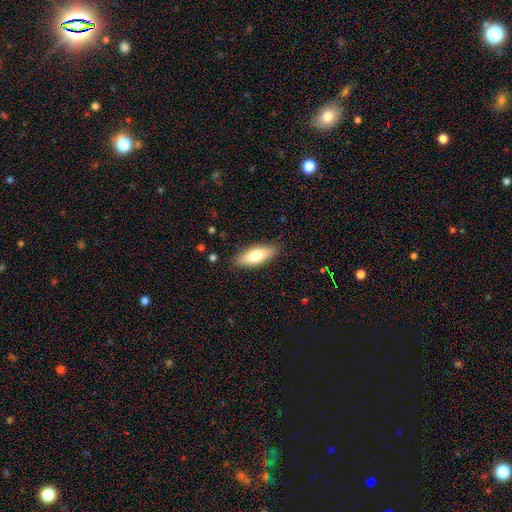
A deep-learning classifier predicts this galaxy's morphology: A smooth galaxy with no disk features (75%) that is in between round and cigar-shaped (65%). Merging: none (87%).